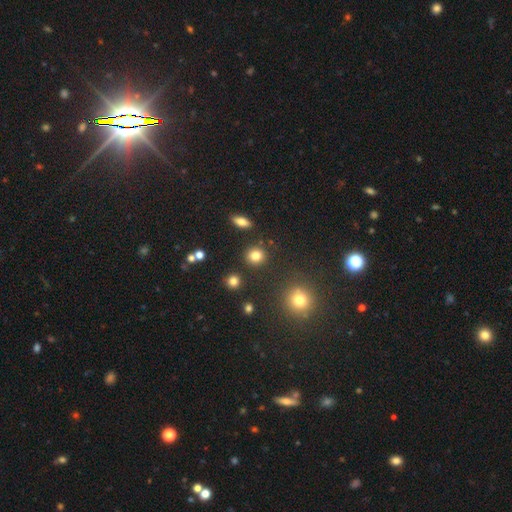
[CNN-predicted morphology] Smooth or featured?
  - smooth: 81% *
  - star or artifact: 13%
  - featured or disk: 6%
How rounded?
  - round: 86% *
  - in between: 13%
  - cigar-shaped: 1%
Merging?
  - none: 88% *
  - minor disturbance: 7%
  - merger: 3%
  - major disturbance: 2%